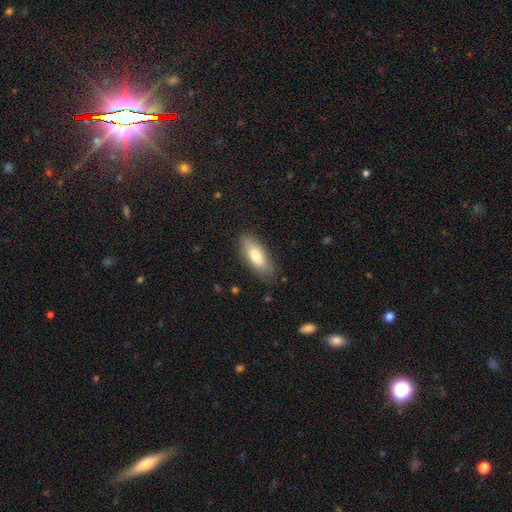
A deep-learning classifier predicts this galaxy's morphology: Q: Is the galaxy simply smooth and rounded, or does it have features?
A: smooth — 78%.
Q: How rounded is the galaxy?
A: in between — 70%.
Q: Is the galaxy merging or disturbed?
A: none — 82%.